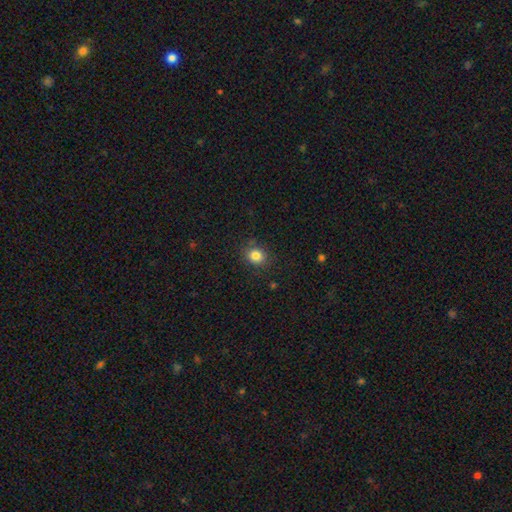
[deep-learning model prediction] A smooth galaxy with no disk features (83%) that is round (72%).

Vote fractions:
- Smooth or featured? smooth: 83% / star or artifact: 11% / featured or disk: 6%
- How rounded? round: 72% / in between: 27% / cigar-shaped: 1%
- Merging? none: 85% / minor disturbance: 11% / major disturbance: 3% / merger: 1%